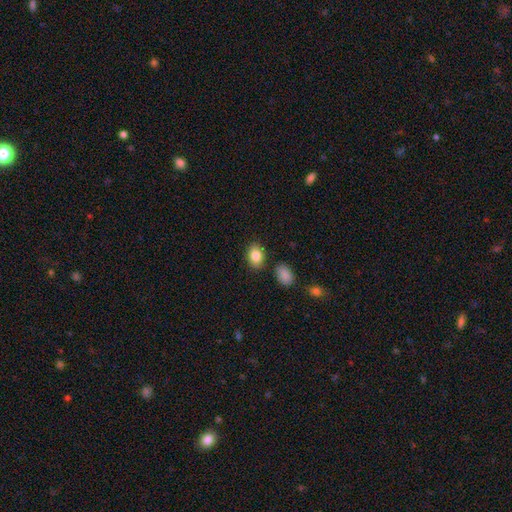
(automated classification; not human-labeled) Overall: smooth (86%). How rounded: in between (80%). Merging: none (83%).